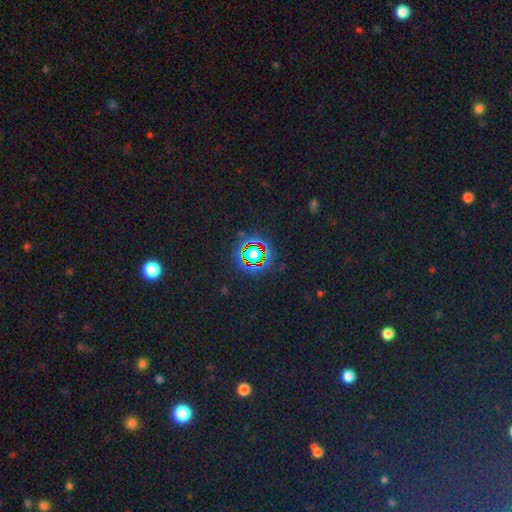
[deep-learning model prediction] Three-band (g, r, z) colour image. It shows a star or artifact, not a galaxy (69%).